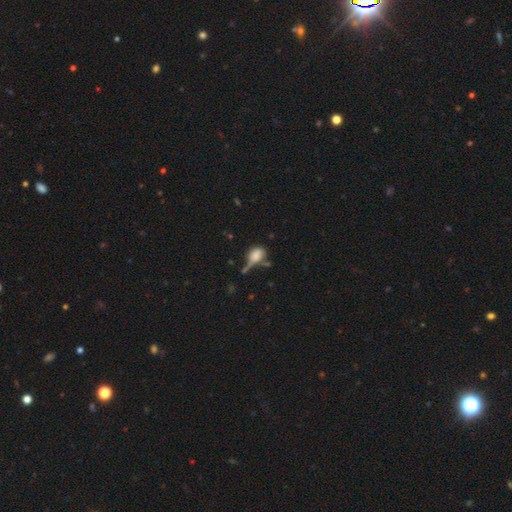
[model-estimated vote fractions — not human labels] Smooth or featured?
  - smooth: 74% *
  - featured or disk: 16%
  - star or artifact: 11%
How rounded?
  - in between: 65% *
  - round: 31%
  - cigar-shaped: 4%
Merging?
  - none: 33% *
  - minor disturbance: 24%
  - merger: 22%
  - major disturbance: 21%